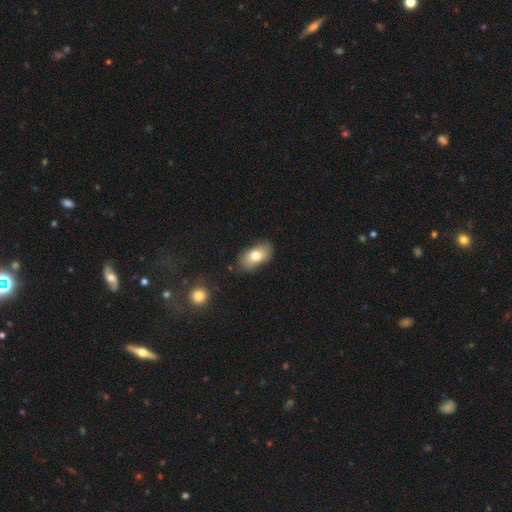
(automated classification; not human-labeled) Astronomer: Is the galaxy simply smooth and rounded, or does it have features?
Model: smooth — 75%.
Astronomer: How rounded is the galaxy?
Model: in between — 90%.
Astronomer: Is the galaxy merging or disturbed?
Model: none — 78%.